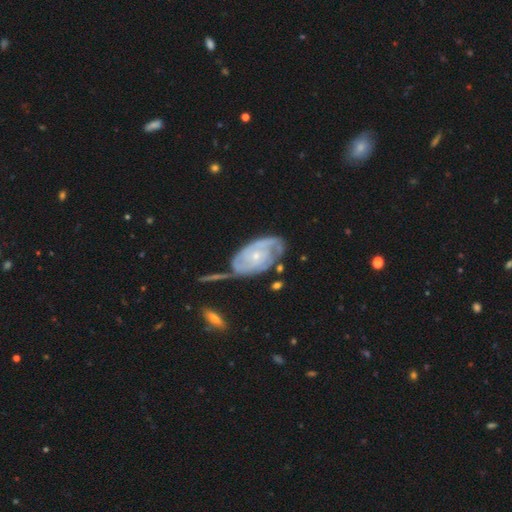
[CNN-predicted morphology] featured or disk 84%, smooth 11%, star or artifact 5%. Down the decision tree: edge-on disk — no (96%); bar — no (73%); spiral arms — yes (93%); spiral arm count — 2 (48%); spiral winding — tight (60%); bulge size — small (75%); merging — none (58%).